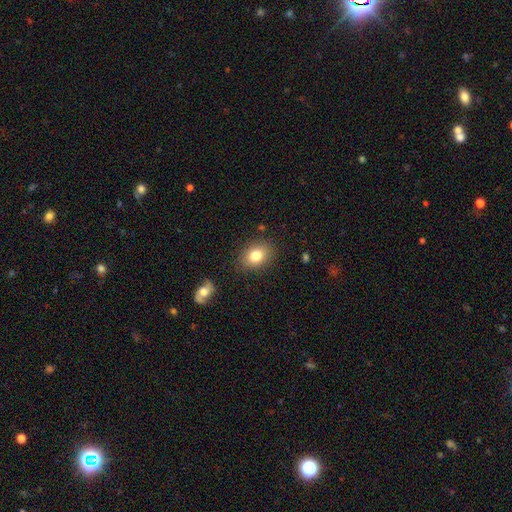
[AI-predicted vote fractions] A smooth galaxy with no disk features (81%) that is in between round and cigar-shaped (66%). Merging: none (85%).